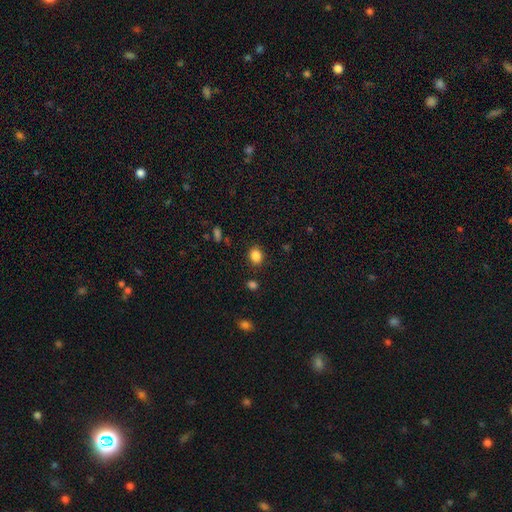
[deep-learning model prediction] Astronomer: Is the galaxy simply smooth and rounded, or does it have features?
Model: smooth — 85%.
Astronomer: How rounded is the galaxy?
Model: round — 55% (runner-up: in between, 44%).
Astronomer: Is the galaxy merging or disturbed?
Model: none — 85%.